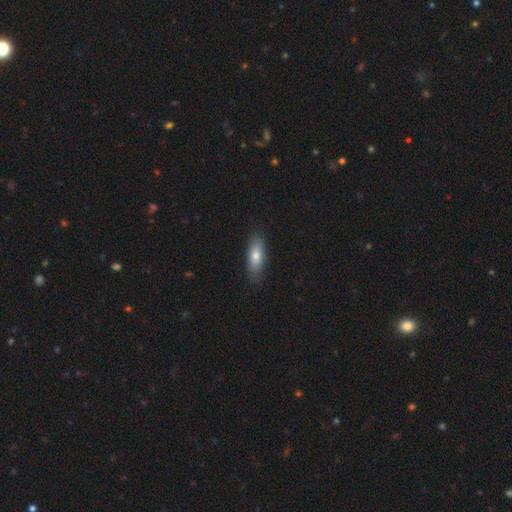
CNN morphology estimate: This appears to be a smooth galaxy with no disk features (75%) that is in between round and cigar-shaped (64%). Merging: none (83%).